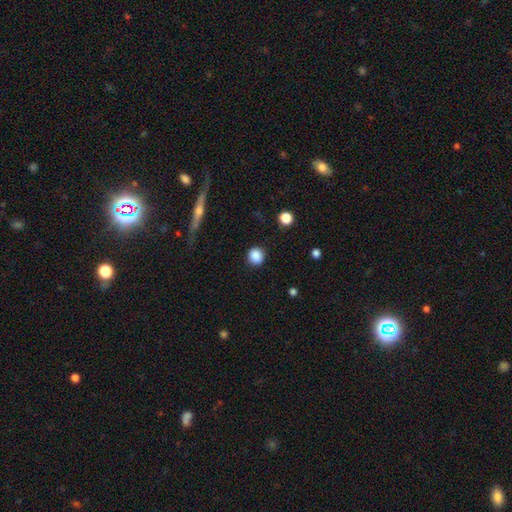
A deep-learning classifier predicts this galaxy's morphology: Smooth or featured? smooth (87%)
How rounded? round (88%)
Merging? none (88%)